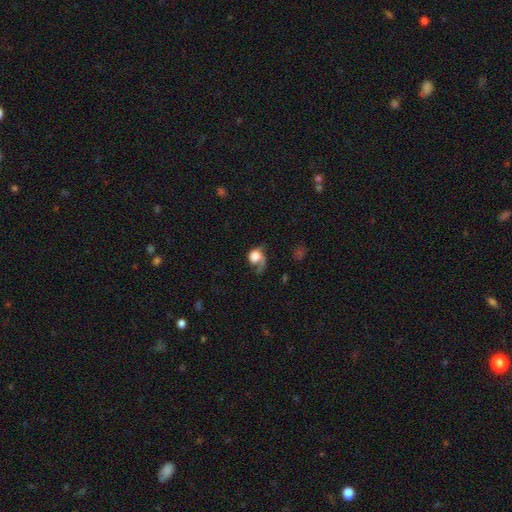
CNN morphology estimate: Overall: smooth (50%; featured or disk 41%). How rounded: round (61%; in between 38%). Merging: major disturbance (46%; none 29%).